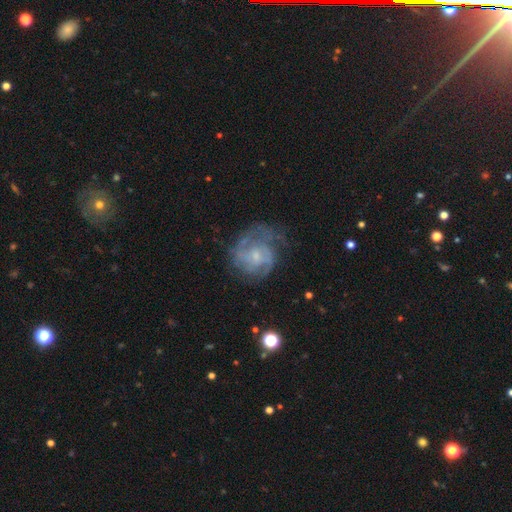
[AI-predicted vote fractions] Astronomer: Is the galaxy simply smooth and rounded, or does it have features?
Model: featured or disk — 77%.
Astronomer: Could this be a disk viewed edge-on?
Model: no — 98%.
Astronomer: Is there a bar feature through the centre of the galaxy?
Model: no — 65%.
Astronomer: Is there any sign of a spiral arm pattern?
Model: yes — 87%.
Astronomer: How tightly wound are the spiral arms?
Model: tight — 42%, tied with medium at 42%.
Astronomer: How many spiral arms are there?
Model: can't tell — 34% (runner-up: 2, 33%).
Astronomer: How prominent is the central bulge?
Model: small — 64%.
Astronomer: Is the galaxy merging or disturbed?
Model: none — 56%.